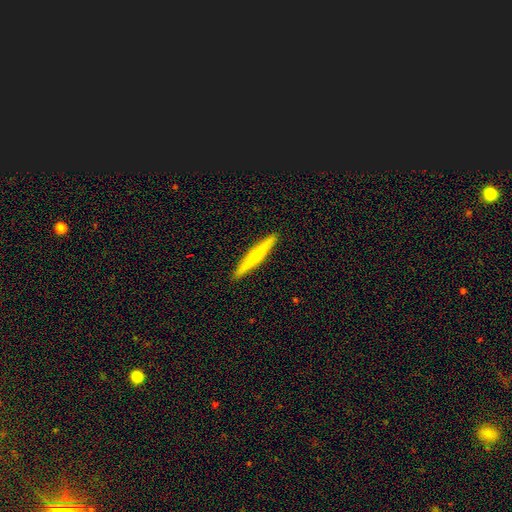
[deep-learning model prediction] featured or disk 50%, smooth 45%, star or artifact 5%. Down the decision tree: edge-on disk — yes (97%); merging — none (92%).